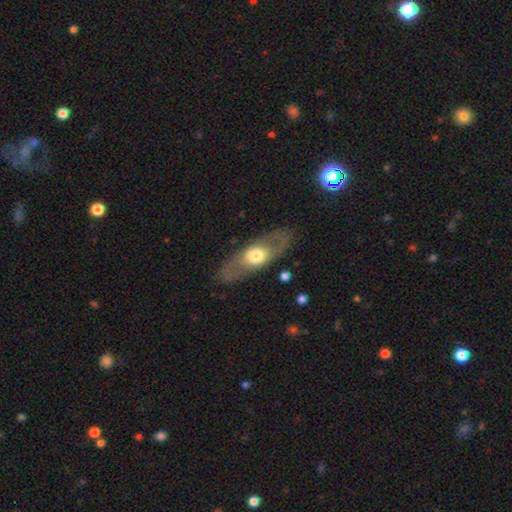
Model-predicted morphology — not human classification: Overall: featured or disk (55%; smooth 39%). Edge-on disk: no (71%). Merging: none (82%).